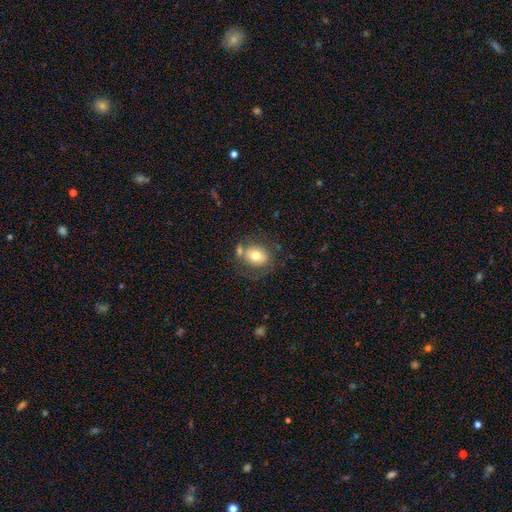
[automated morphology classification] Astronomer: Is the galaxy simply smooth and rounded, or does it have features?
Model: smooth — 69%.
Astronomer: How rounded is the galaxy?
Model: round — 56% (runner-up: in between, 43%).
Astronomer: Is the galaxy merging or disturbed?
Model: none — 60%.